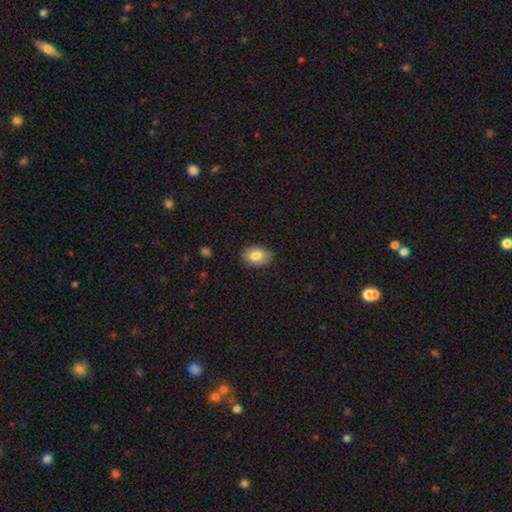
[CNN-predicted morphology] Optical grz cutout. It shows a smooth galaxy with no disk features (83%) that is in between round and cigar-shaped (84%). Merging: none (87%).